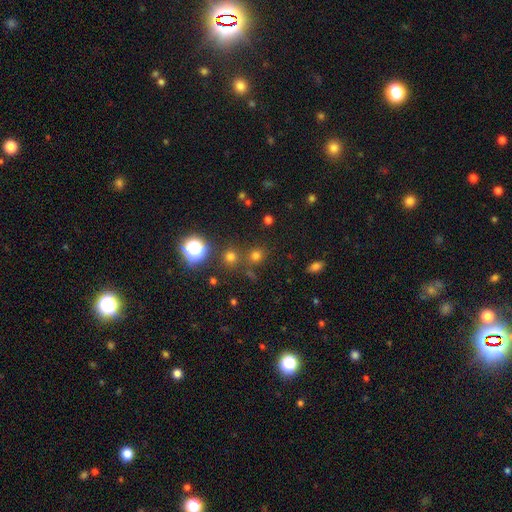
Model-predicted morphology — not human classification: smooth_or_featured: smooth (p=0.65) [alt: star or artifact p=0.28]
how_rounded: round (p=0.87) [alt: in between p=0.12]
merging: none (p=0.75) [alt: merger p=0.13]